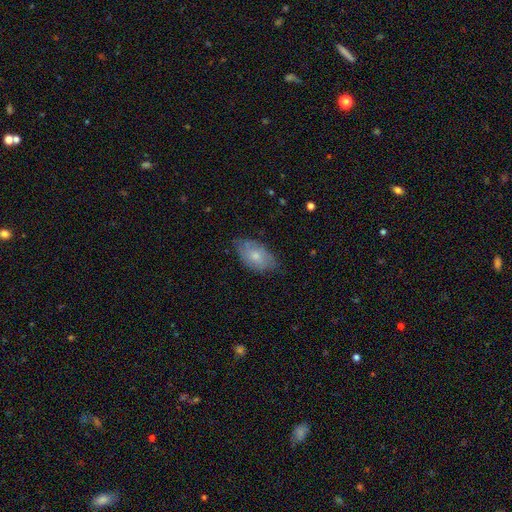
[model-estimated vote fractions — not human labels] Morphology: type=smooth (62%); roundness=in between (92%); merging=none (66%).